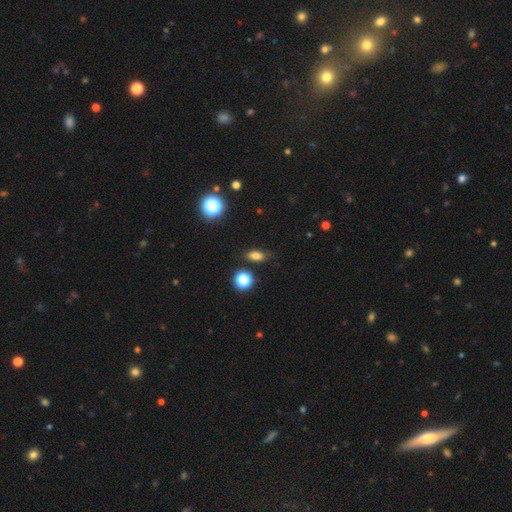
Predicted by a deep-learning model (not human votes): smooth-or-featured: smooth: 78% | star or artifact: 15% | featured or disk: 7%
  how-rounded: in between: 77% | round: 15% | cigar-shaped: 8%
  merging: none: 81% | minor disturbance: 12% | major disturbance: 3% | merger: 3%